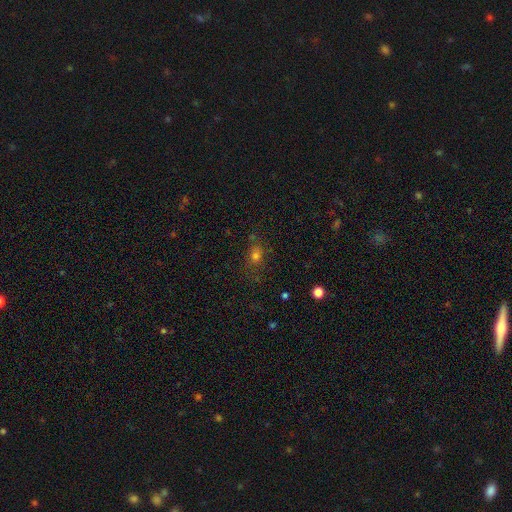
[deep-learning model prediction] This appears to be a smooth galaxy with no disk features (70%) that is in between round and cigar-shaped (52%). Merging: none (71%).